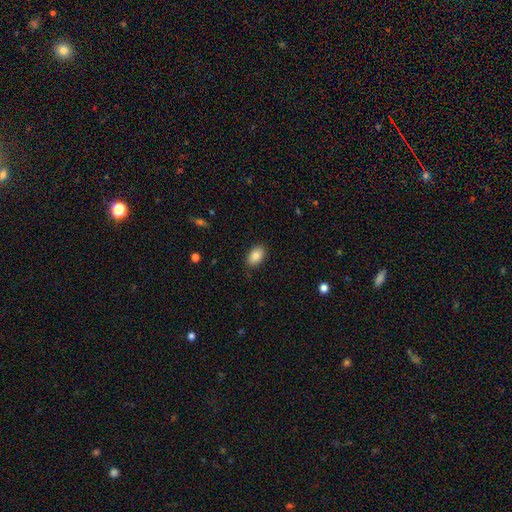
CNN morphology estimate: The model was most divided on "merging": none: 87%, minor disturbance: 10%, major disturbance: 2%, merger: 1%. More confident: how rounded — in between (91%); smooth or featured — smooth (86%).